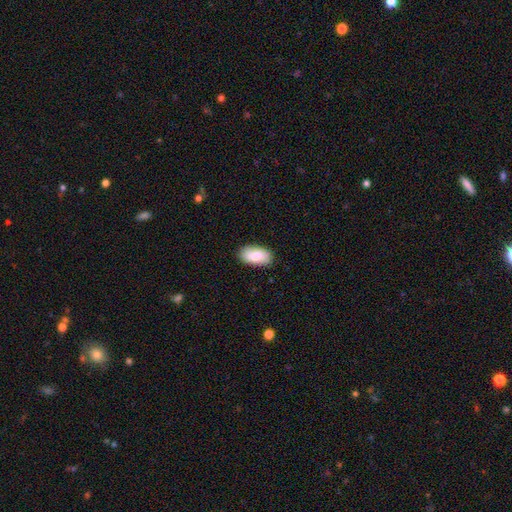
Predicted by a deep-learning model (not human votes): A smooth galaxy with no disk features (86%) that is in between round and cigar-shaped (95%).

Vote fractions:
- Smooth or featured? smooth: 86% / featured or disk: 8% / star or artifact: 6%
- How rounded? in between: 95% / round: 3% / cigar-shaped: 3%
- Merging? none: 87% / minor disturbance: 10% / major disturbance: 2% / merger: 1%